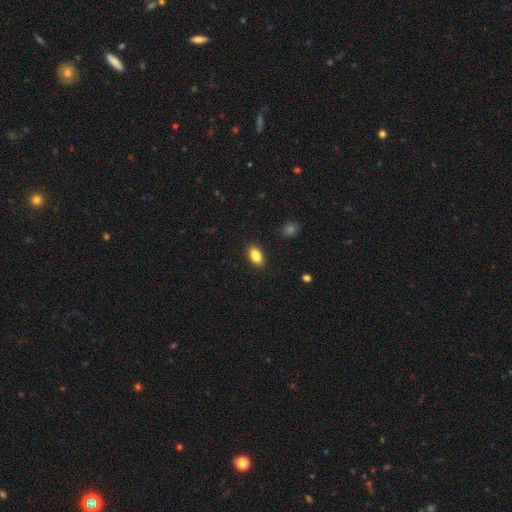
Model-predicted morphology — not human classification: smooth-or-featured: smooth: 84% | featured or disk: 8% | star or artifact: 8%
  how-rounded: in between: 90% | cigar-shaped: 5% | round: 5%
  merging: none: 89% | minor disturbance: 8% | major disturbance: 2% | merger: 1%